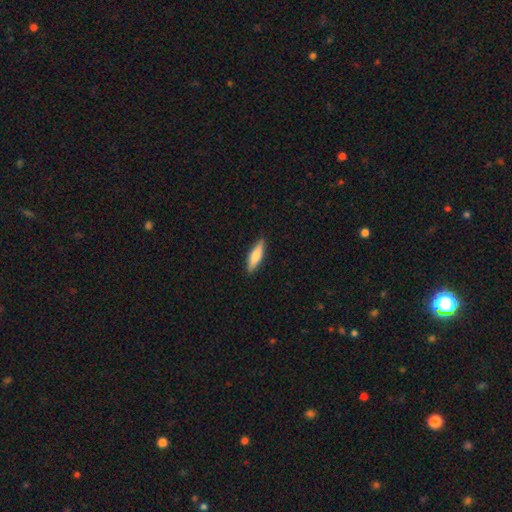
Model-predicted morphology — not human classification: A smooth galaxy with no disk features (75%) that is cigar-shaped (67%).

Vote fractions:
- Smooth or featured? smooth: 75% / featured or disk: 20% / star or artifact: 5%
- How rounded? cigar-shaped: 67% / in between: 32% / round: 2%
- Merging? none: 90% / minor disturbance: 8% / major disturbance: 2% / merger: 1%